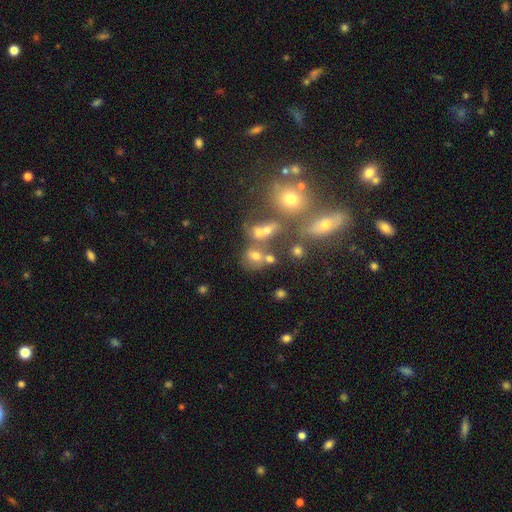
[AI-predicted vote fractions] A smooth galaxy with no disk features (61%) that is round (61%).

Vote fractions:
- Smooth or featured? smooth: 61% / star or artifact: 20% / featured or disk: 19%
- How rounded? round: 61% / in between: 37% / cigar-shaped: 2%
- Merging? none: 42% / merger: 35% / minor disturbance: 13% / major disturbance: 10%